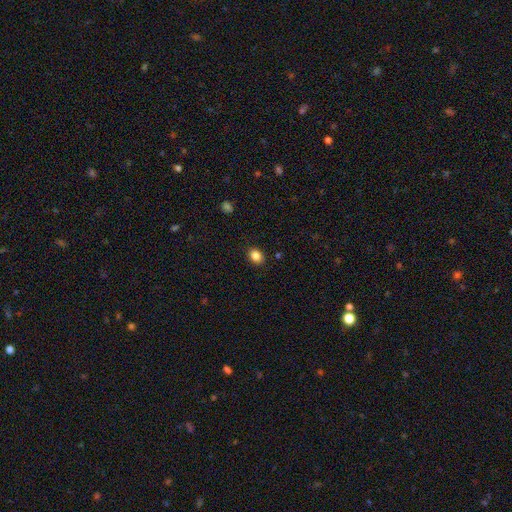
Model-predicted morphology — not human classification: Smooth or featured: smooth — 86% (star or artifact — 10%)
How rounded: in between — 63% (round — 36%)
Merging: none — 88% (minor disturbance — 8%)